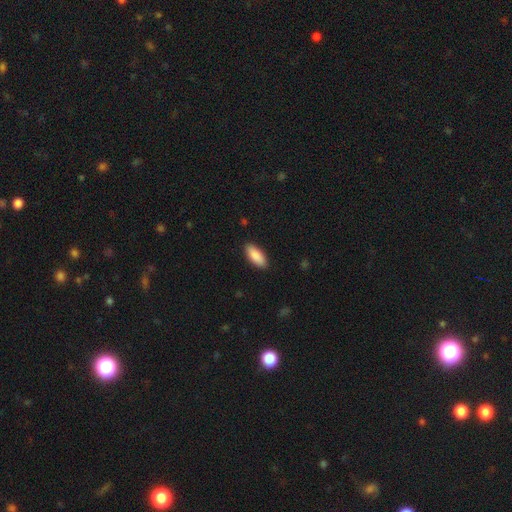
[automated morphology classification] This is clearly a smooth galaxy (90%). How rounded: clearly in between (81%). Merging: clearly none (90%).